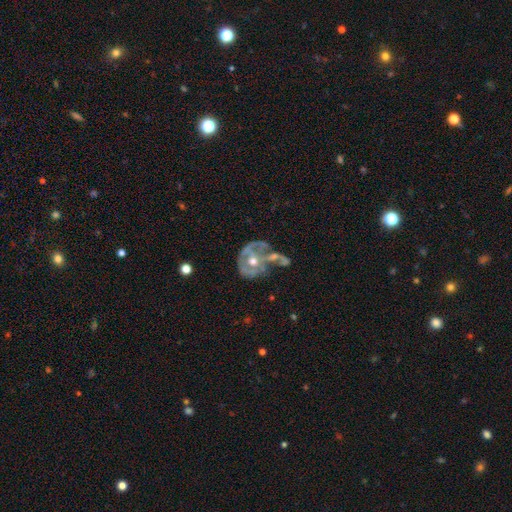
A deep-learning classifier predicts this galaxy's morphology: smooth_or_featured: featured or disk (p=0.76) [alt: smooth p=0.14]
disk_edge_on: no (p=0.97) [alt: yes p=0.03]
bar: no (p=0.73) [alt: weak p=0.20]
has_spiral_arms: yes (p=0.74) [alt: no p=0.26]
spiral_winding: tight (p=0.50) [alt: medium p=0.34]
spiral_arm_count: 2 (p=0.34) [alt: can't tell p=0.25]
bulge_size: moderate (p=0.63) [alt: small p=0.31]
merging: none (p=0.36) [alt: merger p=0.30]